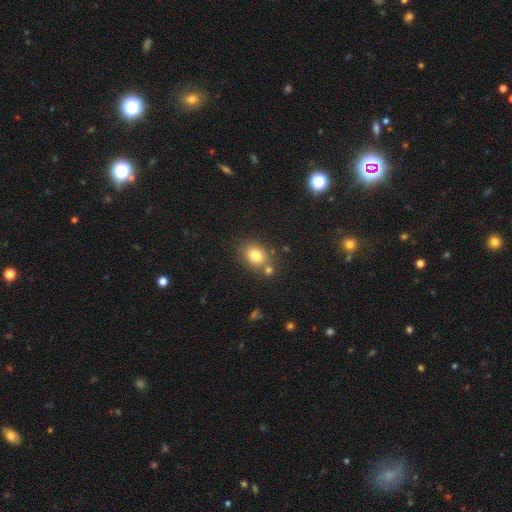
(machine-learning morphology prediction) smooth 79%, star or artifact 11%, featured or disk 9%. Down the decision tree: how rounded — in between (50%); merging — none (66%).